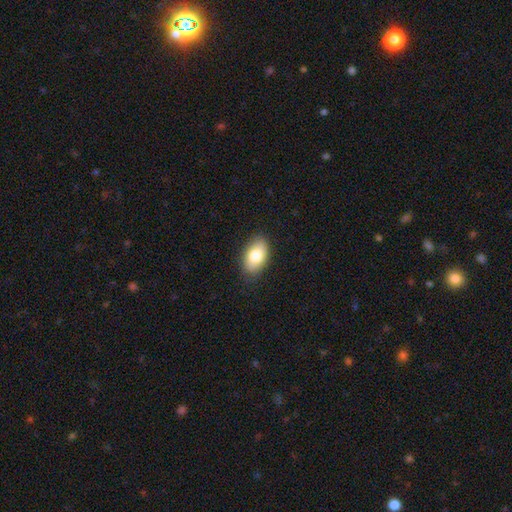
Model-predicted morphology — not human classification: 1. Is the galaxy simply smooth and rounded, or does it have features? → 80% smooth, 13% featured or disk, 7% star or artifact.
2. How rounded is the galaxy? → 93% in between, 5% round, 2% cigar-shaped.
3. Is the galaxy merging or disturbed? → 85% none, 12% minor disturbance, 3% major disturbance, 1% merger.